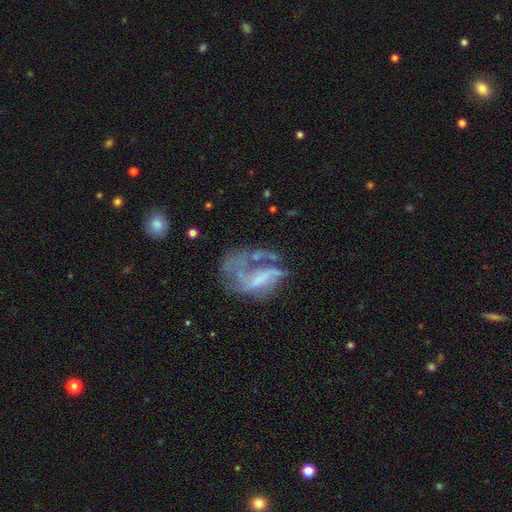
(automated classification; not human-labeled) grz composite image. It shows a featured or disk galaxy (70%) with no bar (45%), spiral arms (63%) and no central bulge (53%). Merging: major disturbance (47%).